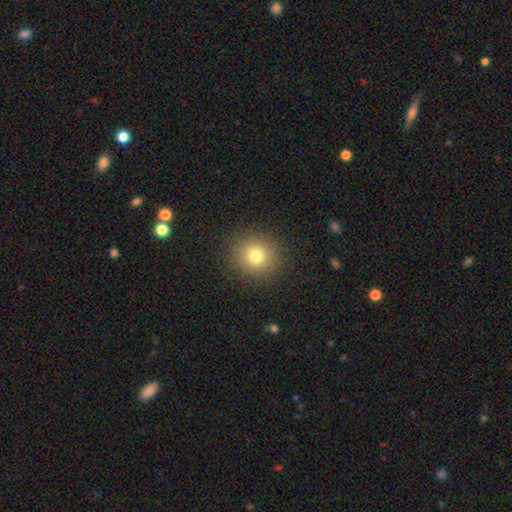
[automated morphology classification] type=smooth (77%); roundness=round (90%); merging=none (89%).